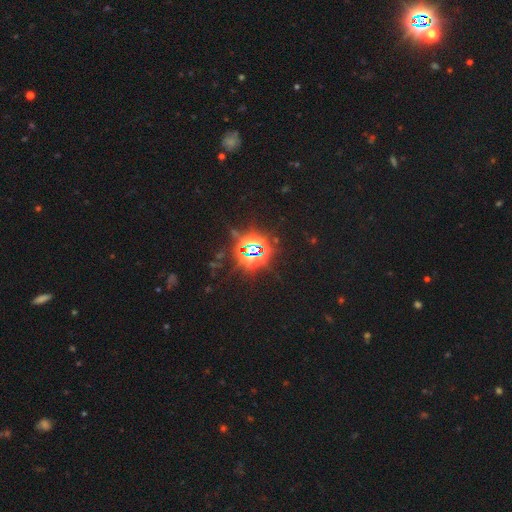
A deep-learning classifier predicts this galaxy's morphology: A star or artifact, not a galaxy (84%).

Vote fractions:
- Smooth or featured? star or artifact: 84% / smooth: 9% / featured or disk: 7%